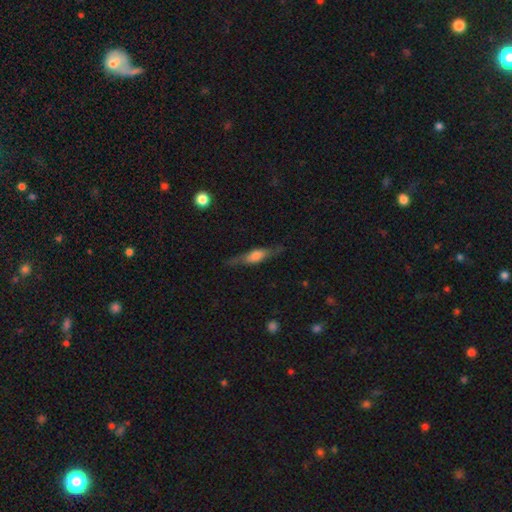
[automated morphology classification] A featured or disk galaxy (54%) viewed edge-on (84%). Merging: none (75%).